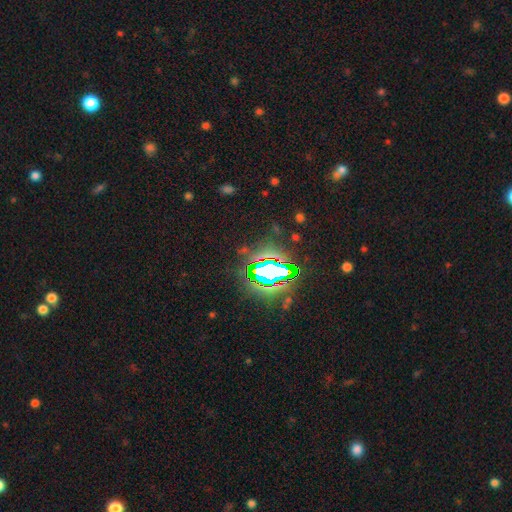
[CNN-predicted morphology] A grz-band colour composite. It shows a star or artifact, not a galaxy (83%).